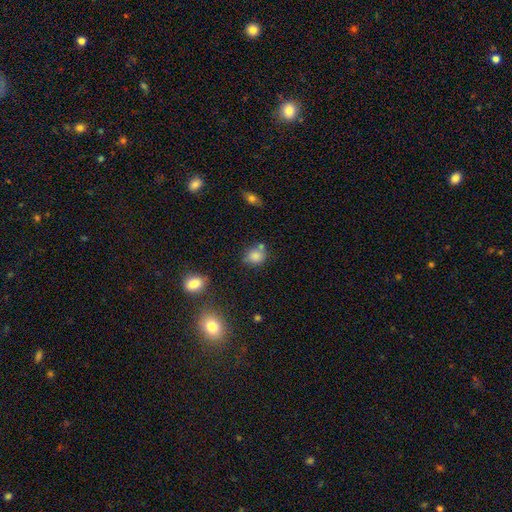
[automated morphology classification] The model was most divided on "how rounded": round: 67%, in between: 32%, cigar-shaped: 1%. More confident: smooth or featured — smooth (80%); merging — none (59%).